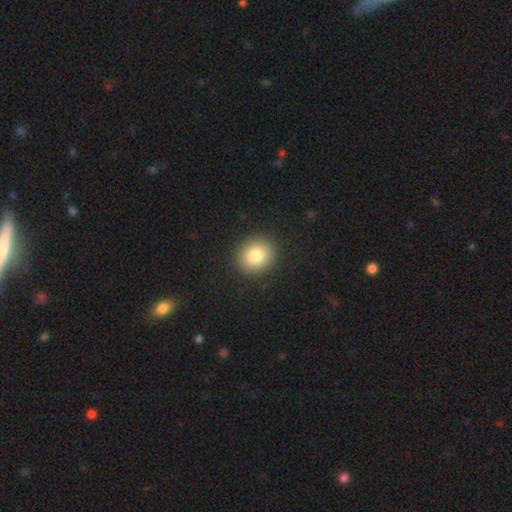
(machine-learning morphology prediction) The model was most divided on "how rounded": round: 79%, in between: 20%, cigar-shaped: 1%. More confident: merging — none (91%); smooth or featured — smooth (83%).